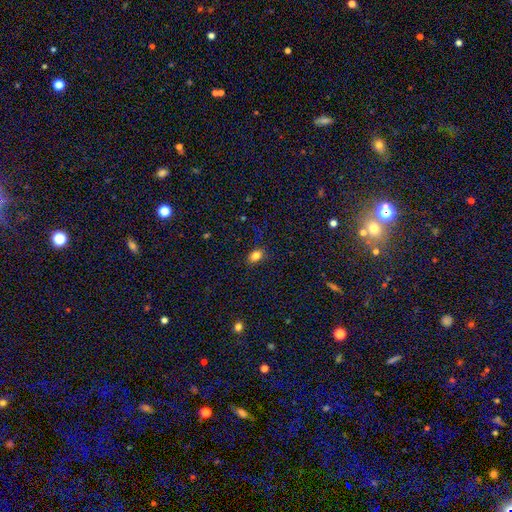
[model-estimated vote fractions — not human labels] Smooth or featured?
  - smooth: 82% *
  - star or artifact: 11%
  - featured or disk: 6%
How rounded?
  - in between: 78% *
  - round: 21%
  - cigar-shaped: 2%
Merging?
  - none: 83% *
  - minor disturbance: 12%
  - major disturbance: 3%
  - merger: 1%